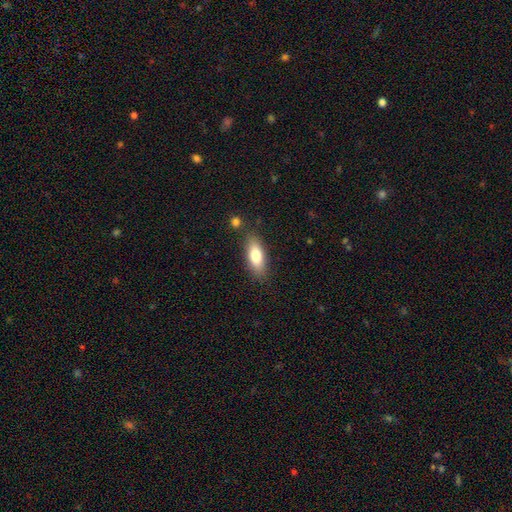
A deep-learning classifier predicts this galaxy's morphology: This appears to be a smooth galaxy with no disk features (76%) that is in between round and cigar-shaped (74%). Merging: none (82%).